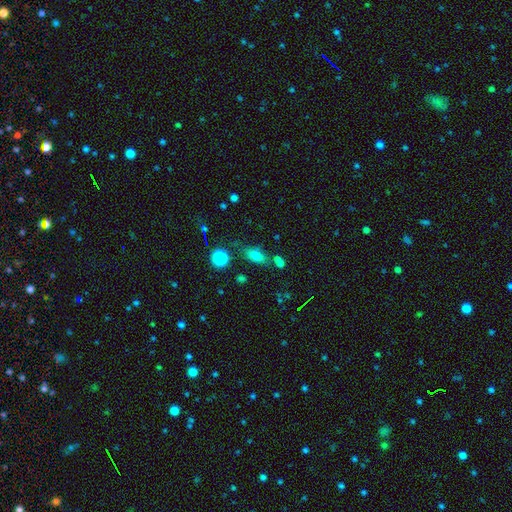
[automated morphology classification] type=smooth (73%); roundness=in between (76%); merging=none (65%).